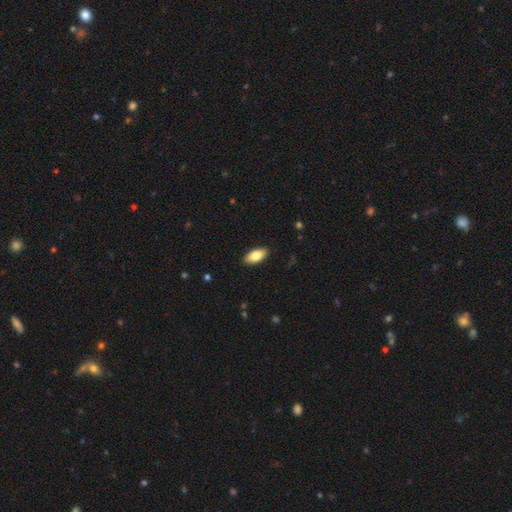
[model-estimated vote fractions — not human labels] Morphology: type=smooth (83%); roundness=in between (90%); merging=none (89%).